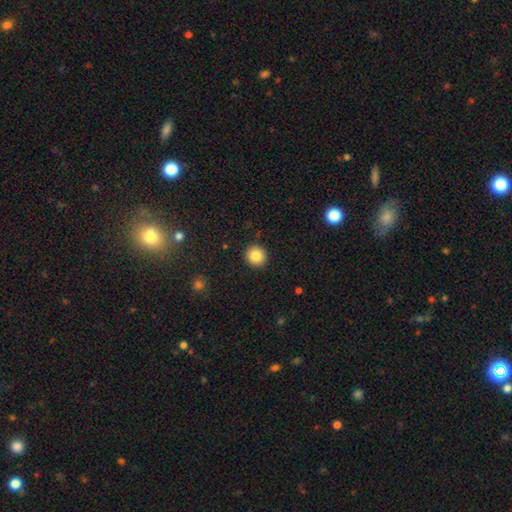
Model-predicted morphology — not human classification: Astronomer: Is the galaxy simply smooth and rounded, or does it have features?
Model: smooth — 84%.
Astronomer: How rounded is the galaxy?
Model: round — 93%.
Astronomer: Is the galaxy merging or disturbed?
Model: none — 92%.